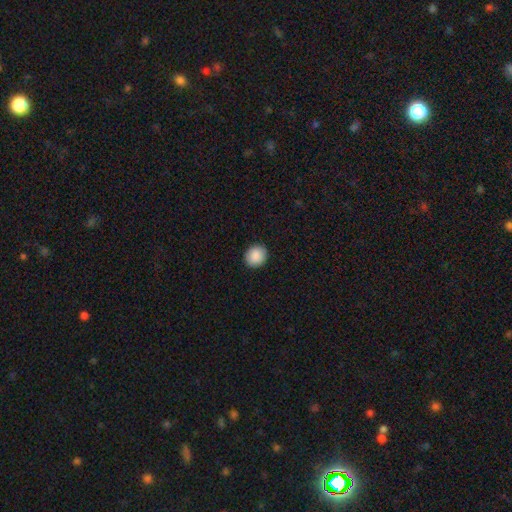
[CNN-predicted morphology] smooth_or_featured: smooth (p=0.89) [alt: star or artifact p=0.07]
how_rounded: round (p=0.75) [alt: in between p=0.24]
merging: none (p=0.91) [alt: minor disturbance p=0.06]